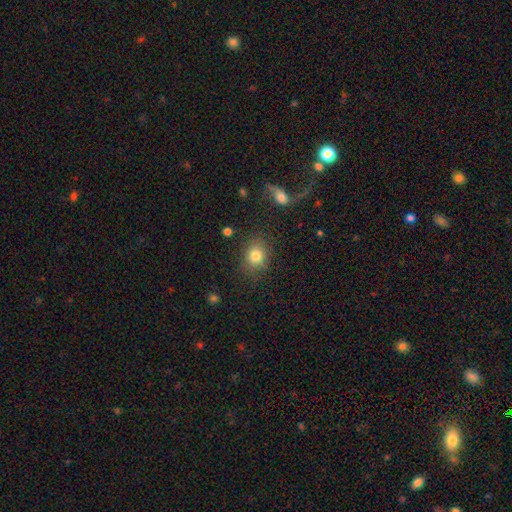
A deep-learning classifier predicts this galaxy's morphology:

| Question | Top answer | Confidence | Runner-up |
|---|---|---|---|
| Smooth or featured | smooth | 81% | star or artifact (11%) |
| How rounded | round | 64% | in between (34%) |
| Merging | none | 82% | minor disturbance (12%) |